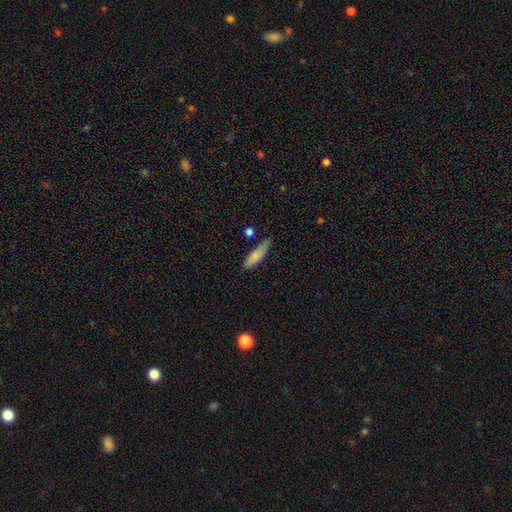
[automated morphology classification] This appears to be a smooth galaxy with no disk features (79%) that is cigar-shaped (67%). Merging: none (69%).